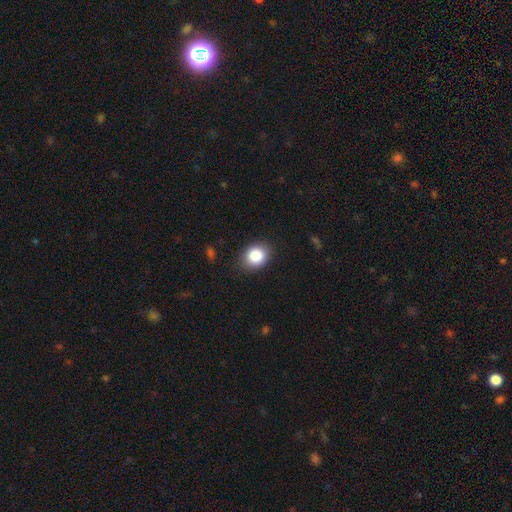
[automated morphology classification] Smooth or featured?
  - smooth: 86% *
  - star or artifact: 9%
  - featured or disk: 5%
How rounded?
  - round: 58% *
  - in between: 42%
  - cigar-shaped: 1%
Merging?
  - none: 85% *
  - minor disturbance: 11%
  - major disturbance: 3%
  - merger: 1%